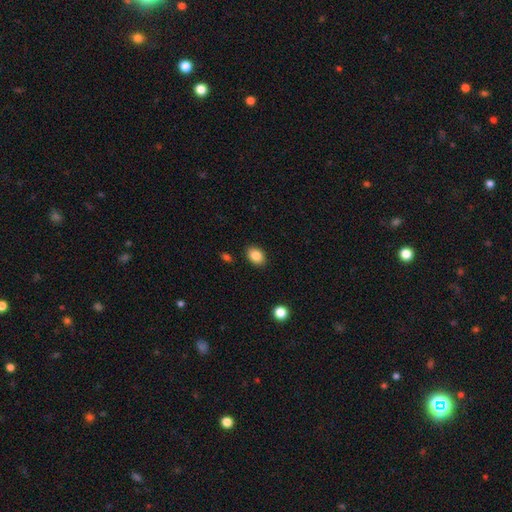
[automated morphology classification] The model was most divided on "how rounded": in between: 76%, round: 23%, cigar-shaped: 1%. More confident: merging — none (88%); smooth or featured — smooth (86%).